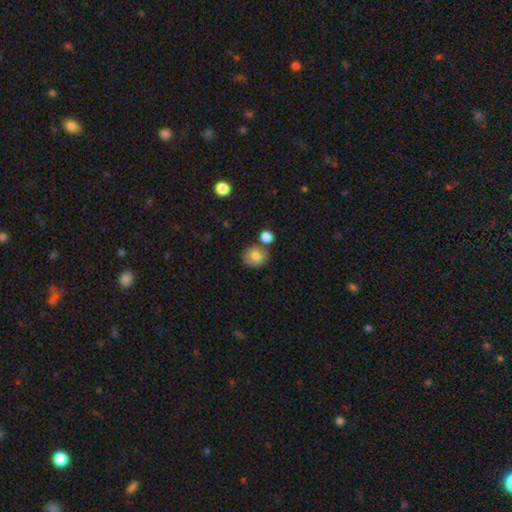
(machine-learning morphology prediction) Overall: smooth (75%). How rounded: round (75%). Merging: none (62%).